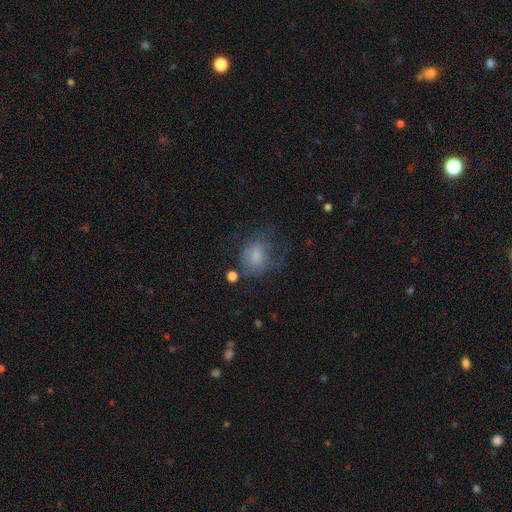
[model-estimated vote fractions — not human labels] Morphology: type=smooth (65%); roundness=round (51%); merging=none (39%).